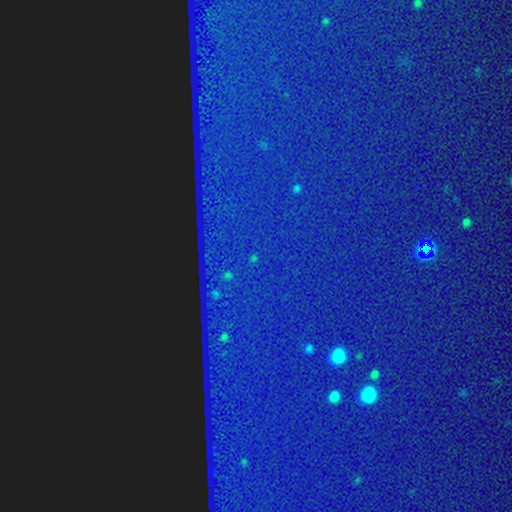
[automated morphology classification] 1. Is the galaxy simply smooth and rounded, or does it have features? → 85% star or artifact, 7% featured or disk, 7% smooth.